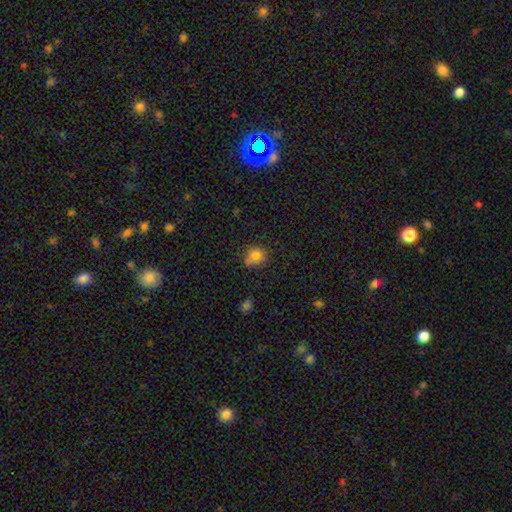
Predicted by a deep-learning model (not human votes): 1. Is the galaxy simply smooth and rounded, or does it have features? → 80% smooth, 12% star or artifact, 7% featured or disk.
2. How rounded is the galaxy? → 78% round, 21% in between, 1% cigar-shaped.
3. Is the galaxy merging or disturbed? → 67% none, 19% minor disturbance, 9% merger, 5% major disturbance.